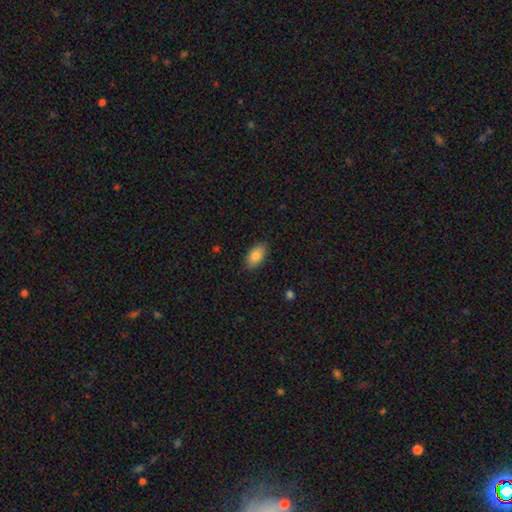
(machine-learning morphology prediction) The model was most divided on "merging": none: 87%, minor disturbance: 10%, major disturbance: 2%, merger: 1%. More confident: how rounded — in between (93%); smooth or featured — smooth (85%).